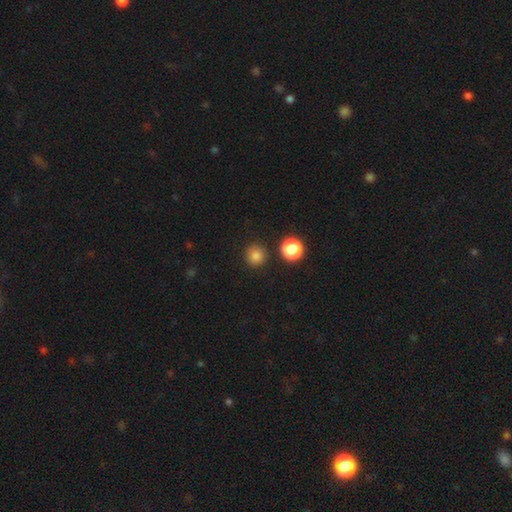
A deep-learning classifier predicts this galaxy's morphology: The model was most divided on "smooth or featured": smooth: 82%, star or artifact: 14%, featured or disk: 4%. More confident: how rounded — round (94%); merging — none (89%).